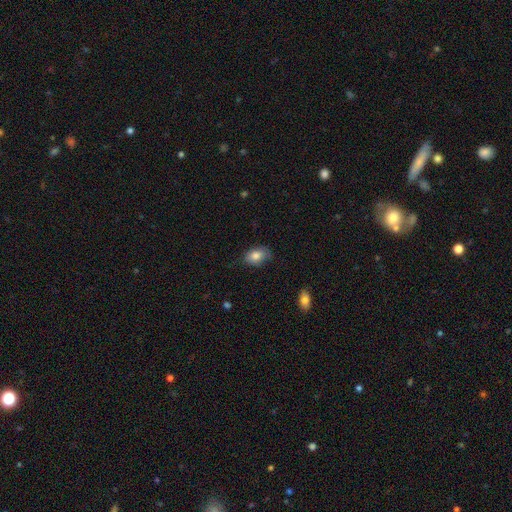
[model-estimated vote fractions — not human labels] This appears to be a smooth galaxy with no disk features (83%) that is in between round and cigar-shaped (84%). Merging: none (72%).